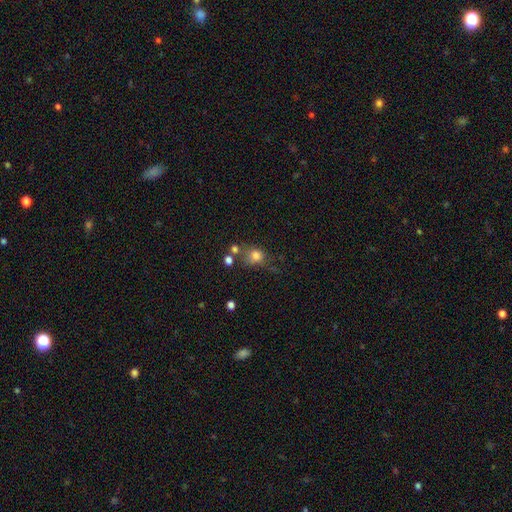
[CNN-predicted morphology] Smooth or featured?
  - smooth: 76% *
  - star or artifact: 14%
  - featured or disk: 10%
How rounded?
  - round: 70% *
  - in between: 28%
  - cigar-shaped: 1%
Merging?
  - none: 50% *
  - minor disturbance: 20%
  - merger: 17%
  - major disturbance: 13%